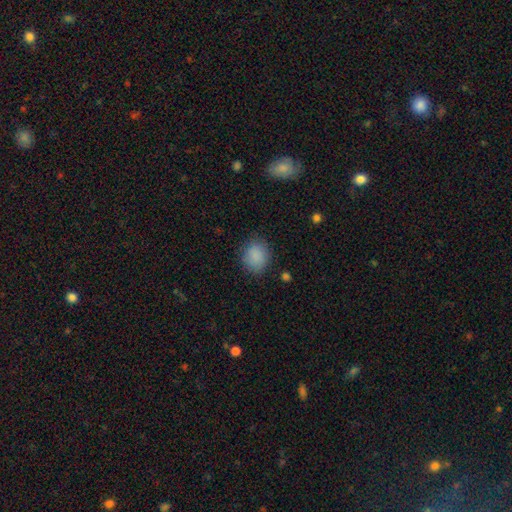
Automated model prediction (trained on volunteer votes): Overall: smooth (87%). How rounded: round (59%; in between 40%). Merging: none (83%).